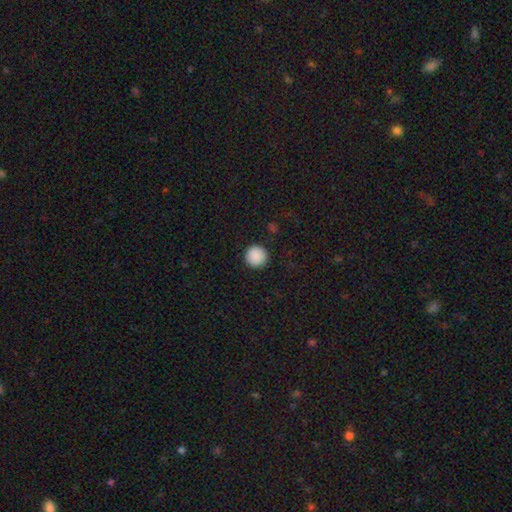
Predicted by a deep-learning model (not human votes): Morphology: type=smooth (90%); roundness=round (96%); merging=none (93%).